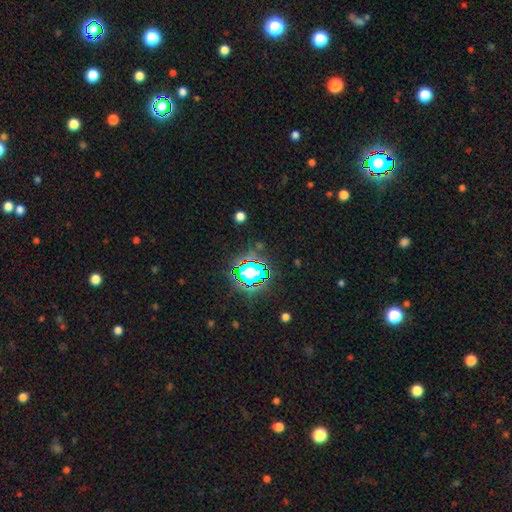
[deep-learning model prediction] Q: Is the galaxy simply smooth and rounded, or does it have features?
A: star or artifact — 81%.